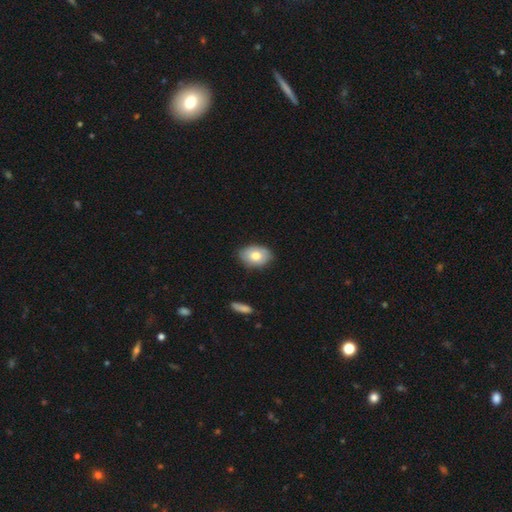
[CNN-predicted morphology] A smooth galaxy with no disk features (75%) that is in between round and cigar-shaped (78%). Merging: none (79%).